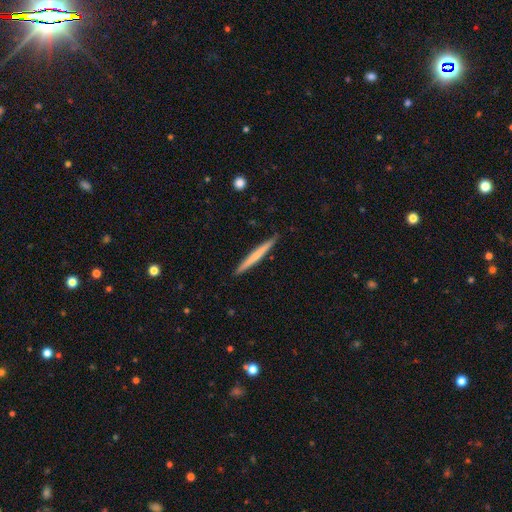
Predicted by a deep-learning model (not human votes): Q: Smooth or featured?
A: smooth (55%); runner-up: featured or disk (40%)
Q: How rounded?
A: cigar-shaped (97%); runner-up: in between (2%)
Q: Merging?
A: none (90%); runner-up: minor disturbance (7%)